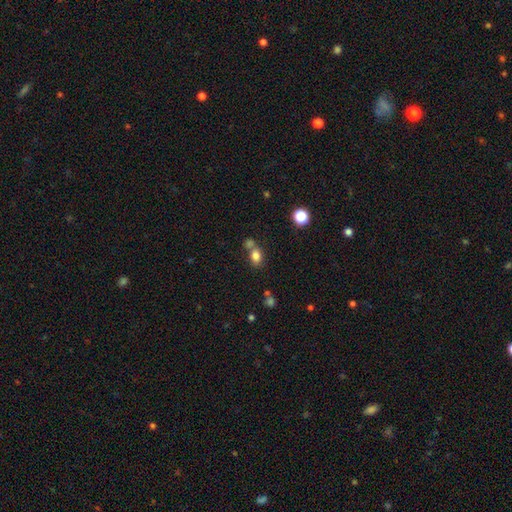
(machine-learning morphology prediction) The model was most divided on "merging": none: 51%, merger: 33%, minor disturbance: 12%, major disturbance: 4%. More confident: smooth or featured — smooth (81%); how rounded — in between (69%).